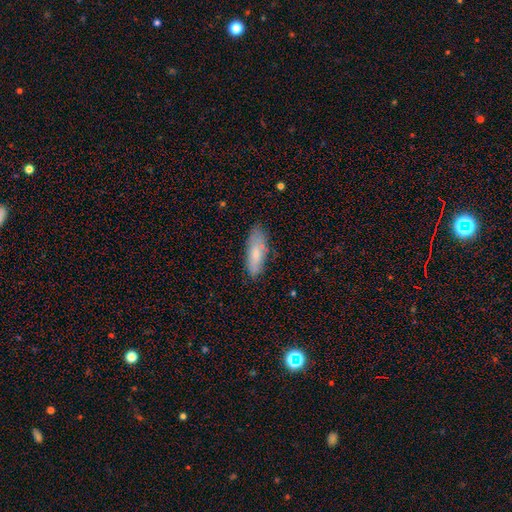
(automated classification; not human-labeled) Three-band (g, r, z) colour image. It shows a smooth galaxy with no disk features (74%) that is in between round and cigar-shaped (62%). Merging: none (74%).